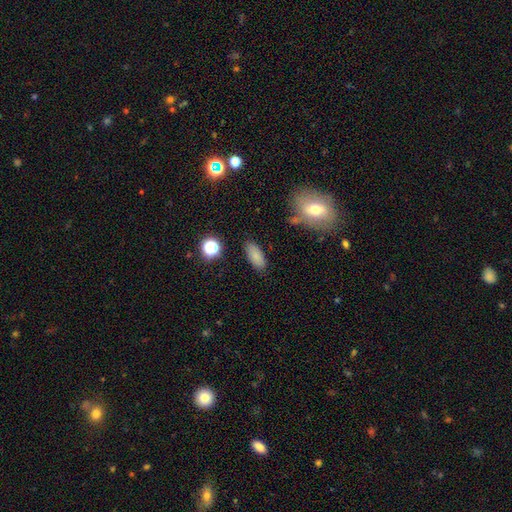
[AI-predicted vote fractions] A smooth galaxy with no disk features (80%) that is in between round and cigar-shaped (85%). Merging: none (84%).